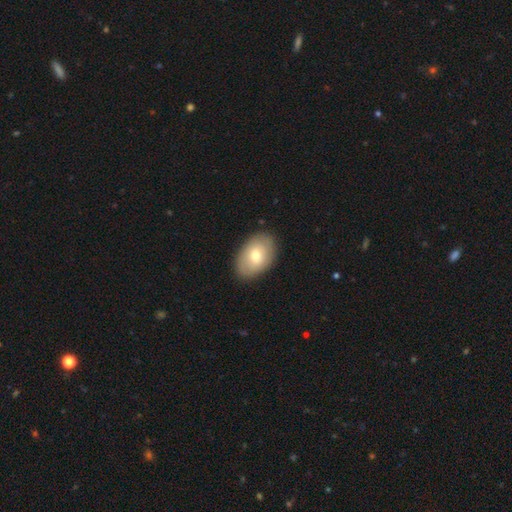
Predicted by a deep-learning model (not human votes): Morphology: type=smooth (73%); roundness=in between (89%); merging=none (87%).